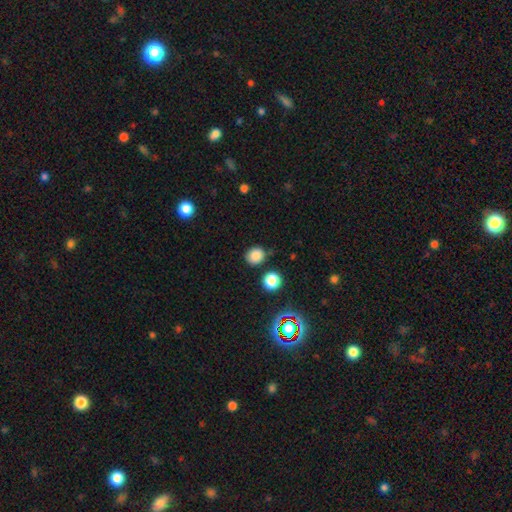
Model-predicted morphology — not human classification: smooth 83%, star or artifact 13%, featured or disk 4%. Down the decision tree: how rounded — round (75%); merging — none (79%).